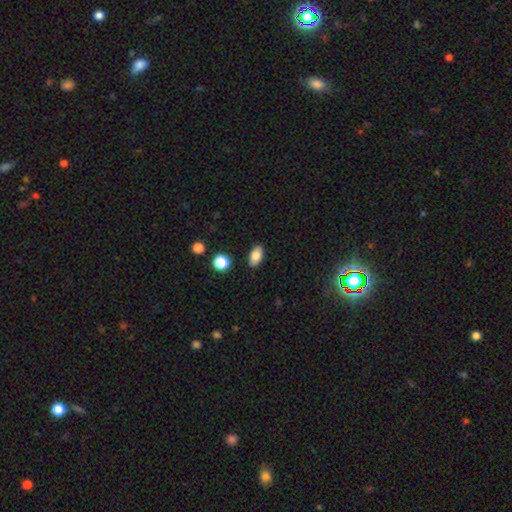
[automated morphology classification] This appears to be a smooth galaxy with no disk features (81%) that is in between round and cigar-shaped (90%). Merging: none (87%).